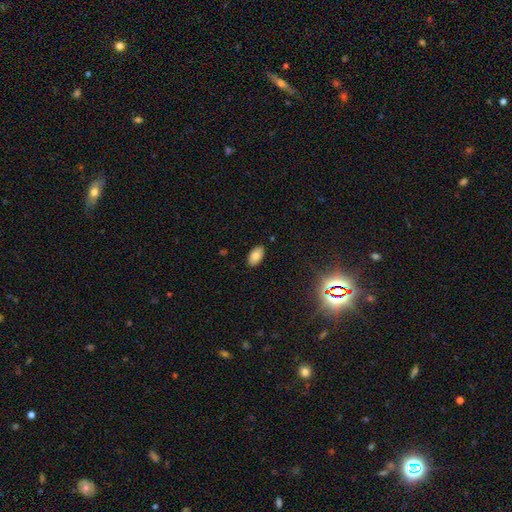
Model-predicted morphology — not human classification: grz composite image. It shows a smooth galaxy with no disk features (81%) that is in between round and cigar-shaped (94%). Merging: none (87%).